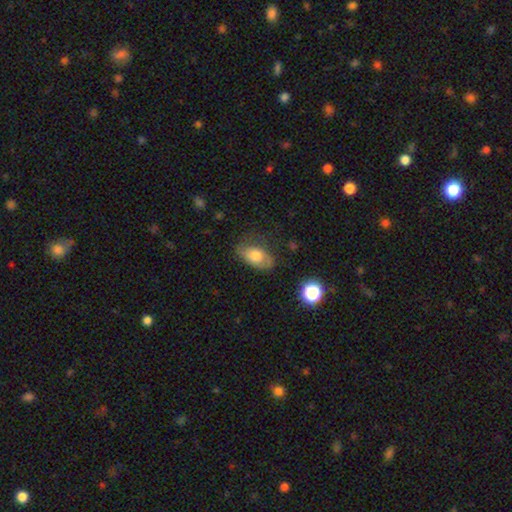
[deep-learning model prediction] smooth 65%, featured or disk 26%, star or artifact 9%. Down the decision tree: how rounded — in between (88%); merging — none (60%).